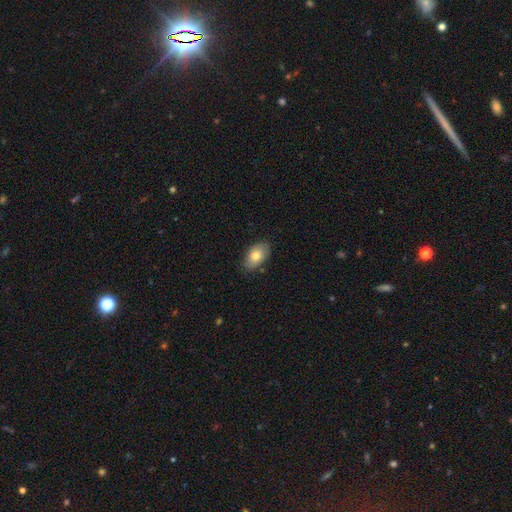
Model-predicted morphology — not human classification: smooth_or_featured: smooth (p=0.77) [alt: featured or disk p=0.16]
how_rounded: in between (p=0.92) [alt: round p=0.06]
merging: none (p=0.79) [alt: minor disturbance p=0.17]